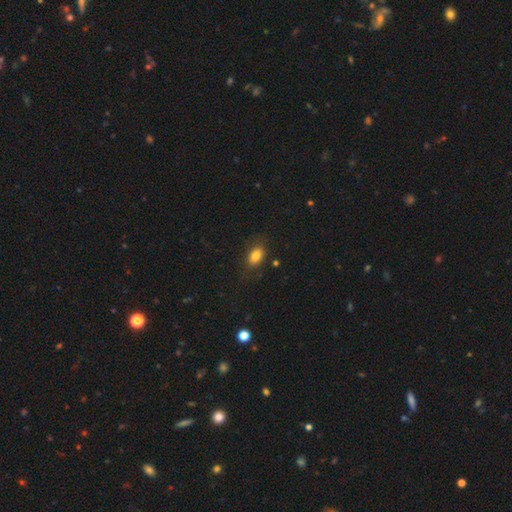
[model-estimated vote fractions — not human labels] Smooth or featured?
  - smooth: 82% *
  - star or artifact: 10%
  - featured or disk: 8%
How rounded?
  - in between: 86% *
  - round: 11%
  - cigar-shaped: 3%
Merging?
  - none: 80% *
  - minor disturbance: 14%
  - major disturbance: 5%
  - merger: 2%